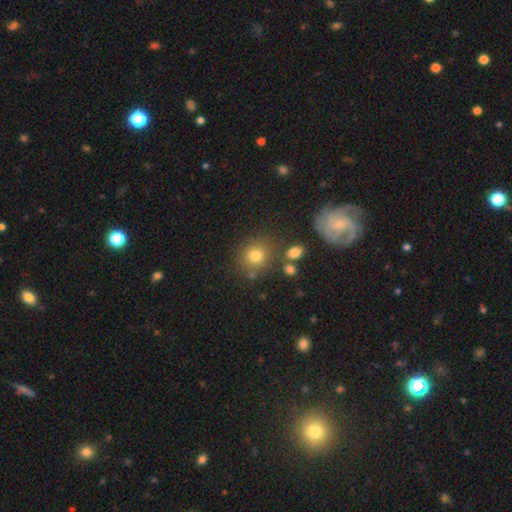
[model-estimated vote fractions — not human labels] Smooth or featured?
  - smooth: 77% *
  - star or artifact: 14%
  - featured or disk: 9%
How rounded?
  - round: 80% *
  - in between: 19%
  - cigar-shaped: 1%
Merging?
  - none: 75% *
  - minor disturbance: 11%
  - merger: 9%
  - major disturbance: 5%